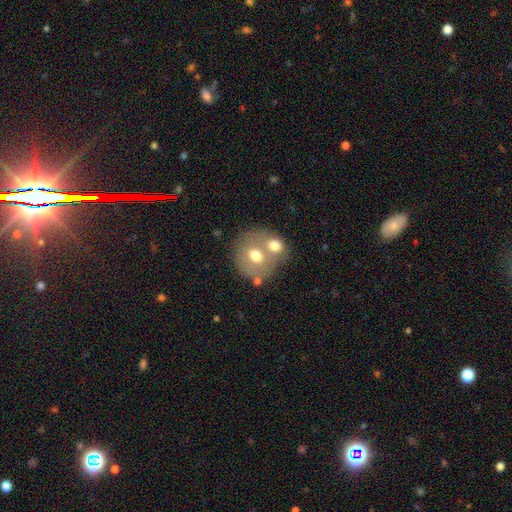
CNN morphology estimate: The model was most divided on "merging": merger: 45%, none: 41%, minor disturbance: 10%, major disturbance: 4%. More confident: how rounded — round (73%); smooth or featured — smooth (62%).